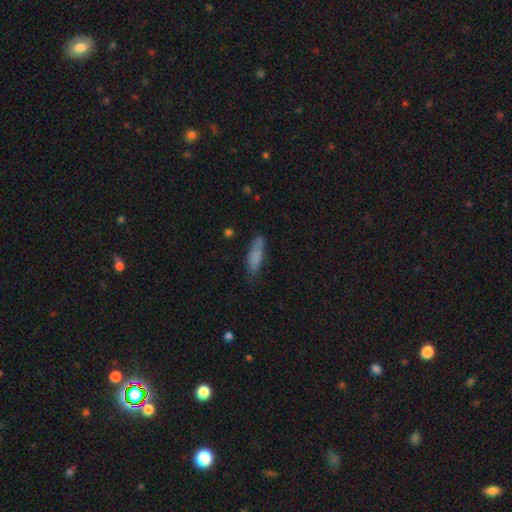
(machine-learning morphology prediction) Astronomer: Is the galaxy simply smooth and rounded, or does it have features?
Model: smooth — 81%.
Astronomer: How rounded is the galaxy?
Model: cigar-shaped — 59% (runner-up: in between, 40%).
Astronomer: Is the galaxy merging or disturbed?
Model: none — 67%.